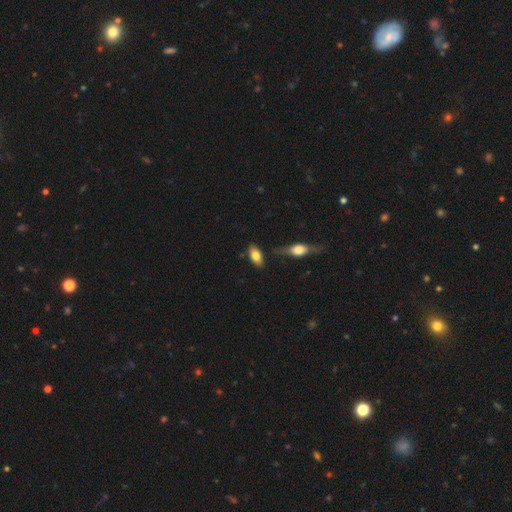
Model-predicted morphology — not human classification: This appears to be a smooth galaxy with no disk features (78%) that is in between round and cigar-shaped (89%). Merging: none (76%).